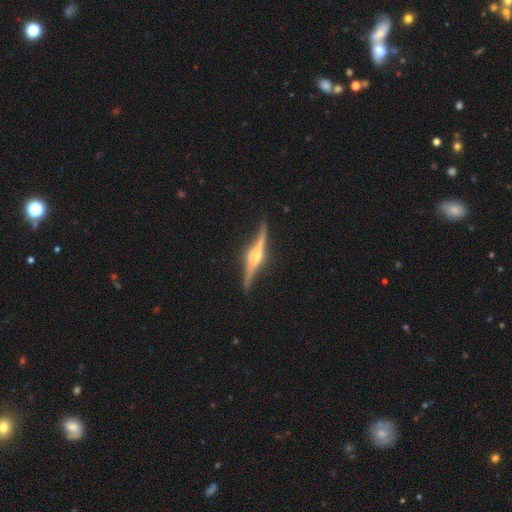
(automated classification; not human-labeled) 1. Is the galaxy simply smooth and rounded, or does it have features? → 85% featured or disk, 10% smooth, 5% star or artifact.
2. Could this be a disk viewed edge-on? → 97% yes, 3% no.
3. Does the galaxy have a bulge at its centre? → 90% rounded, 7% boxy, 3% none.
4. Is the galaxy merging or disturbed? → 85% none, 11% minor disturbance, 2% major disturbance, 1% merger.